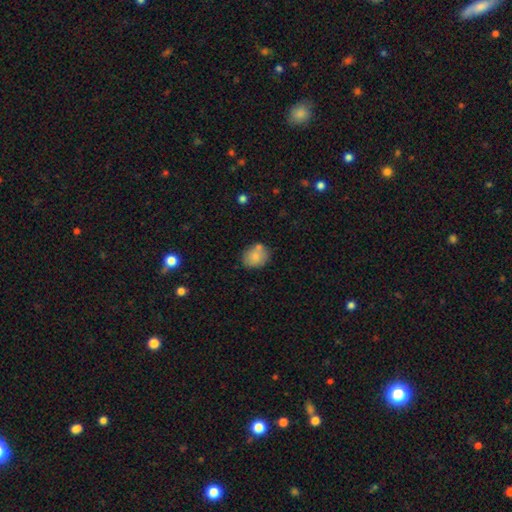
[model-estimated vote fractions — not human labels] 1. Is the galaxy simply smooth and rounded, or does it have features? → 80% smooth, 12% featured or disk, 8% star or artifact.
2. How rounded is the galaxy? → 55% round, 44% in between, 1% cigar-shaped.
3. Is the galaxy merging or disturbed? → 69% none, 16% minor disturbance, 11% merger, 4% major disturbance.